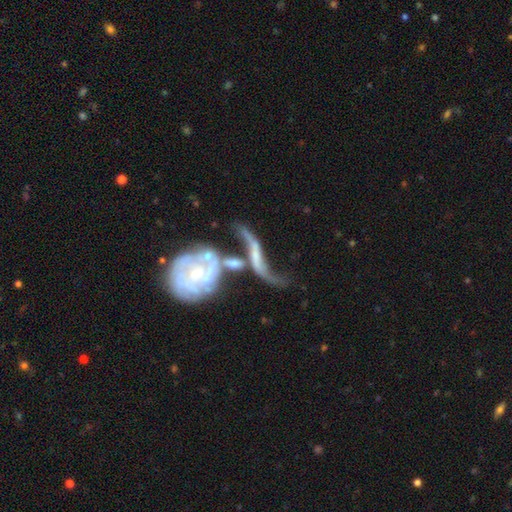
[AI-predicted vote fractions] Q: Smooth or featured?
A: featured or disk (76%); runner-up: smooth (15%)
Q: Edge-on disk?
A: no (86%); runner-up: yes (14%)
Q: Bar?
A: no (49%); runner-up: weak (30%)
Q: Spiral arms?
A: yes (79%); runner-up: no (21%)
Q: Spiral winding?
A: loose (86%); runner-up: medium (10%)
Q: Spiral arm count?
A: 2 (78%); runner-up: can't tell (9%)
Q: Bulge size?
A: small (37%); runner-up: moderate (28%)
Q: Merging?
A: merger (51%); runner-up: major disturbance (21%)